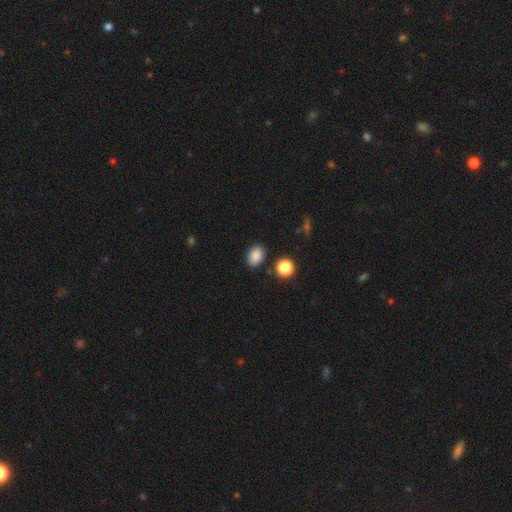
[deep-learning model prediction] This is clearly a smooth galaxy (86%). How rounded: likely in between (73%). Merging: clearly none (85%).